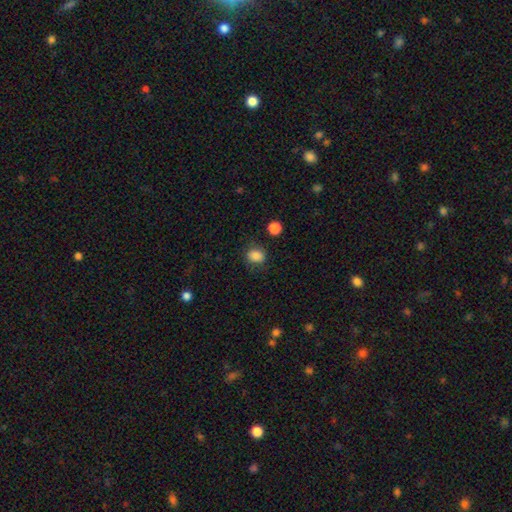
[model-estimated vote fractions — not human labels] This is clearly a smooth galaxy (85%). How rounded: likely round (62%). Merging: likely none (79%).